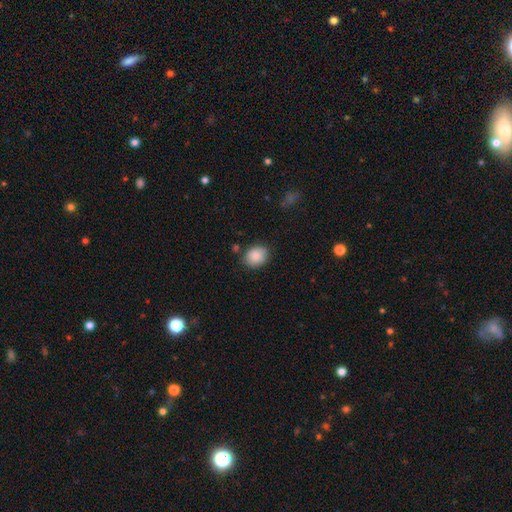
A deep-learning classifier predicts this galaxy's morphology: smooth 87%, star or artifact 8%, featured or disk 5%. Down the decision tree: how rounded — round (53%); merging — none (79%).